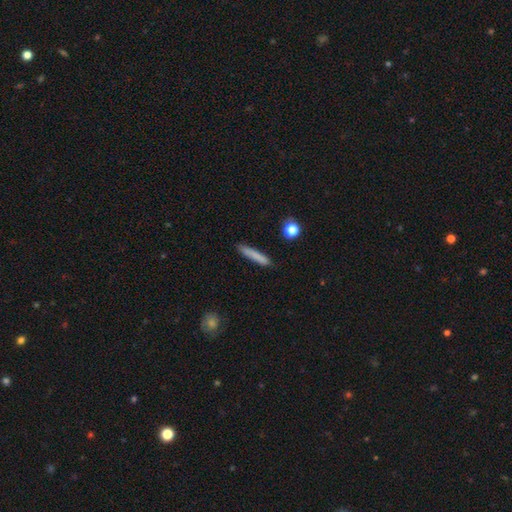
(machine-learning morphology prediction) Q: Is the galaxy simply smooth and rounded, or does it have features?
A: smooth — 79%.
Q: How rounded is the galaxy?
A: cigar-shaped — 93%.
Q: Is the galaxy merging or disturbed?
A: none — 86%.